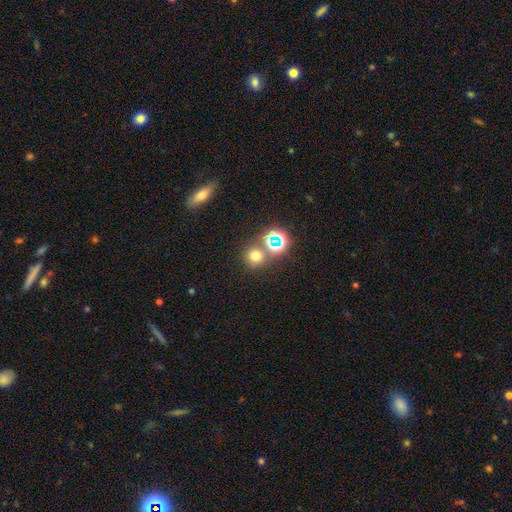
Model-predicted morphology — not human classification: A smooth galaxy with no disk features (65%) that is round (89%). Merging: none (71%).